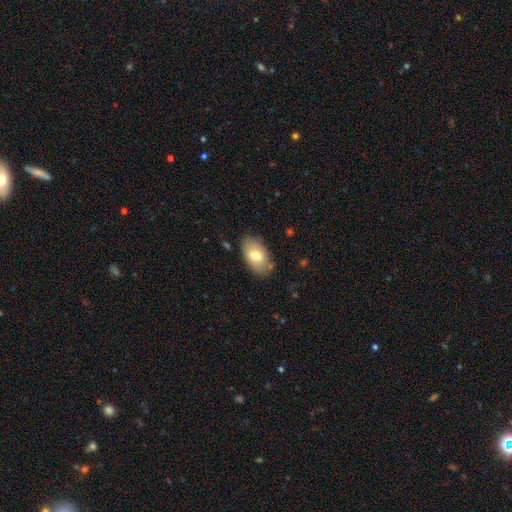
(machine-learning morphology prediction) This appears to be a smooth galaxy with no disk features (73%) that is in between round and cigar-shaped (92%). Merging: none (81%).